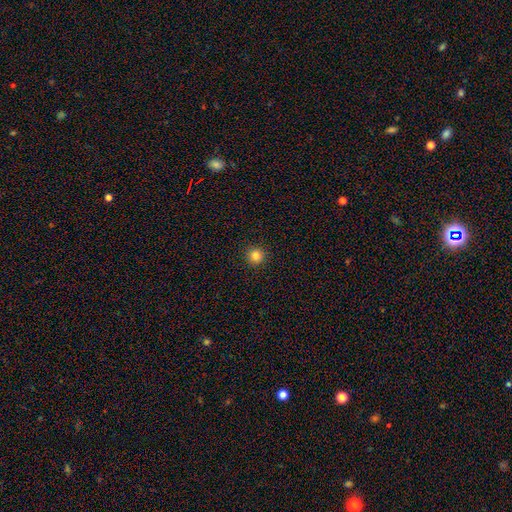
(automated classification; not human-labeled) Q: Smooth or featured?
A: smooth (83%); runner-up: star or artifact (13%)
Q: How rounded?
A: round (95%); runner-up: in between (4%)
Q: Merging?
A: none (93%); runner-up: minor disturbance (5%)